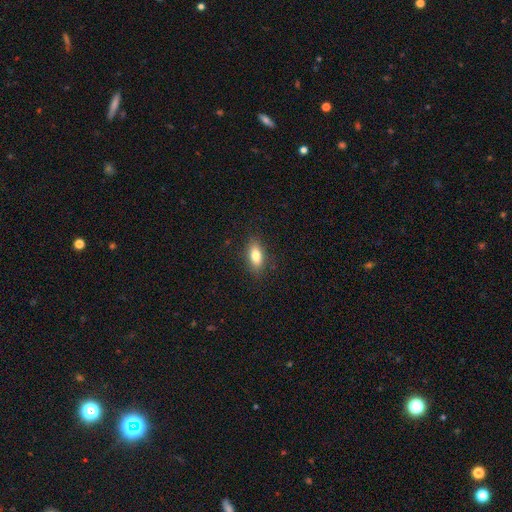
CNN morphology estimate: Q: Smooth or featured?
A: smooth (80%); runner-up: featured or disk (12%)
Q: How rounded?
A: in between (82%); runner-up: cigar-shaped (12%)
Q: Merging?
A: none (86%); runner-up: minor disturbance (10%)